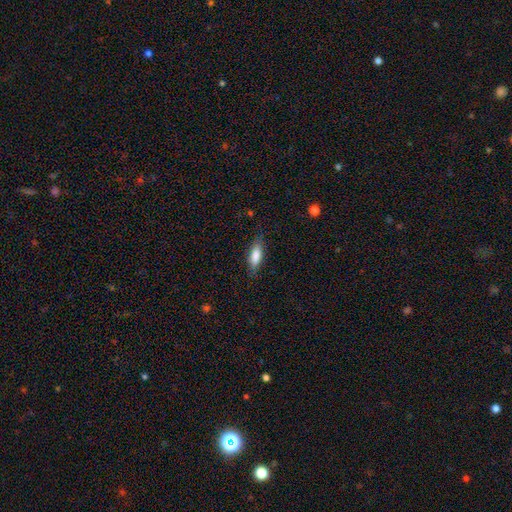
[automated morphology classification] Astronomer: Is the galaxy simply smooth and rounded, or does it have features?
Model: smooth — 79%.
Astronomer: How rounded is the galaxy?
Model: in between — 60% (runner-up: cigar-shaped, 38%).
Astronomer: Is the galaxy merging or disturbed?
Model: none — 79%.